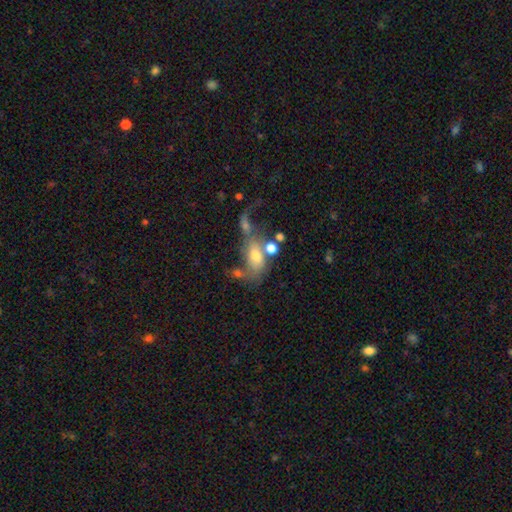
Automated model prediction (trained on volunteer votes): Smooth or featured? smooth (50%)
Merging? merger (37%)